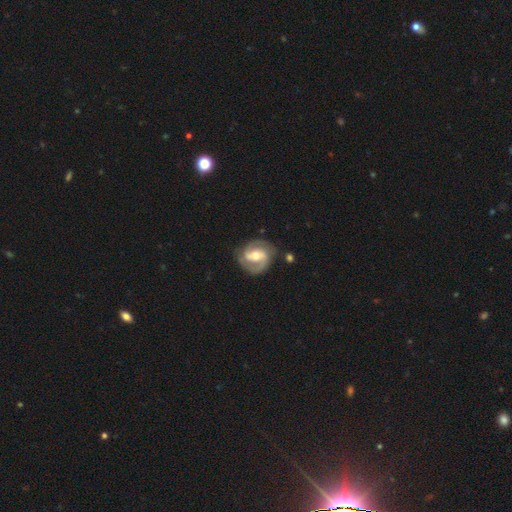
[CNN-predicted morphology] A featured or disk galaxy (84%) with a weak bar (44%), 2 (85%) medium (49%) spiral arms (95%) and a moderate central bulge (68%). Merging: none (78%).